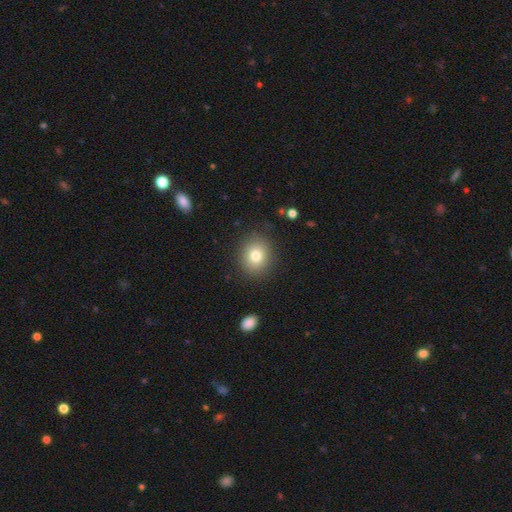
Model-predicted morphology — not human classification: Smooth or featured? Predicted: smooth (p=0.79). How rounded? Predicted: round (p=0.73). Merging? Predicted: none (p=0.87).